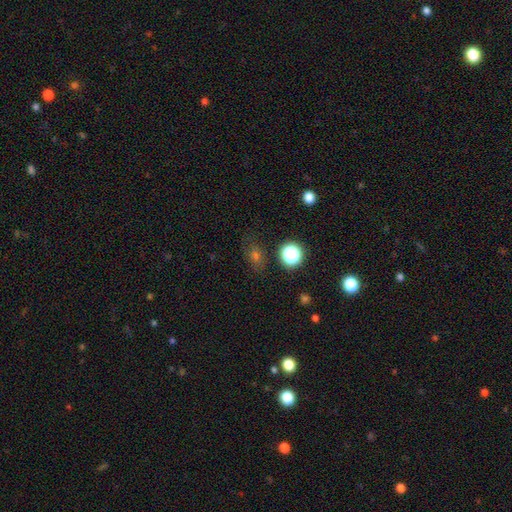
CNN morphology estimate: smooth-or-featured: smooth: 60% | star or artifact: 29% | featured or disk: 11%
  how-rounded: in between: 51% | round: 46% | cigar-shaped: 3%
  merging: none: 77% | minor disturbance: 15% | major disturbance: 6% | merger: 3%